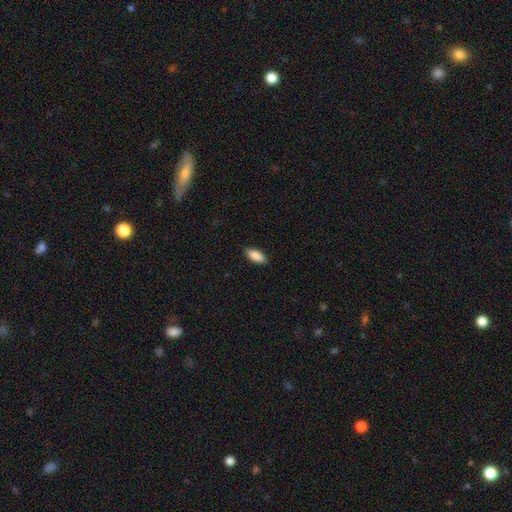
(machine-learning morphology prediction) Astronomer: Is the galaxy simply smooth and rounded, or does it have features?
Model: smooth — 89%.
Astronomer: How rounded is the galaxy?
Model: in between — 86%.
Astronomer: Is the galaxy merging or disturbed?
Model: none — 89%.